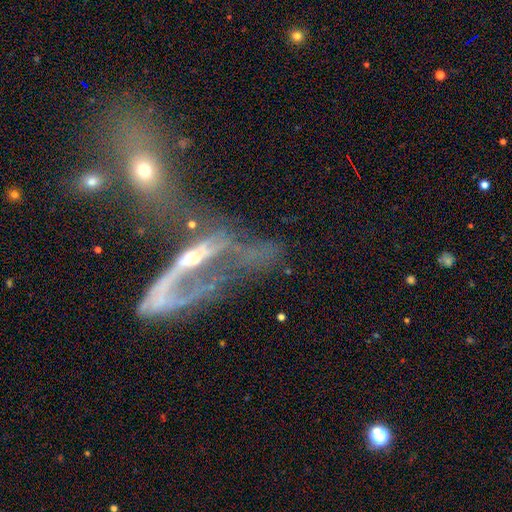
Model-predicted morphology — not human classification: The model was most divided on "merging": merger: 39%, major disturbance: 37%, none: 15%, minor disturbance: 9%. Remaining: edge-on disk — no (82%); smooth or featured — featured or disk (68%); bar — no (58%); spiral arms — yes (52%); bulge size — small (41%).